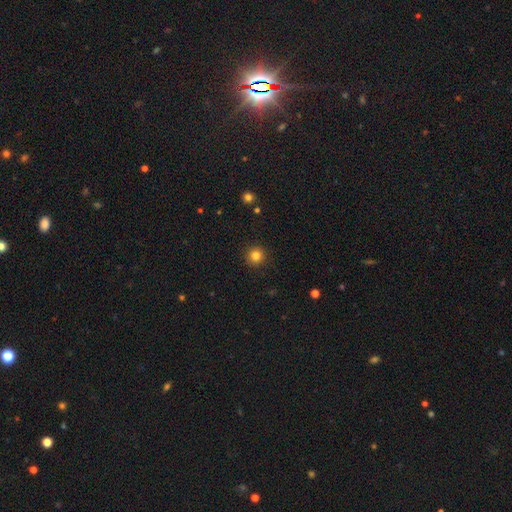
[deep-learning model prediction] Q: Smooth or featured?
A: smooth (82%); runner-up: star or artifact (13%)
Q: How rounded?
A: round (95%); runner-up: in between (4%)
Q: Merging?
A: none (92%); runner-up: minor disturbance (5%)